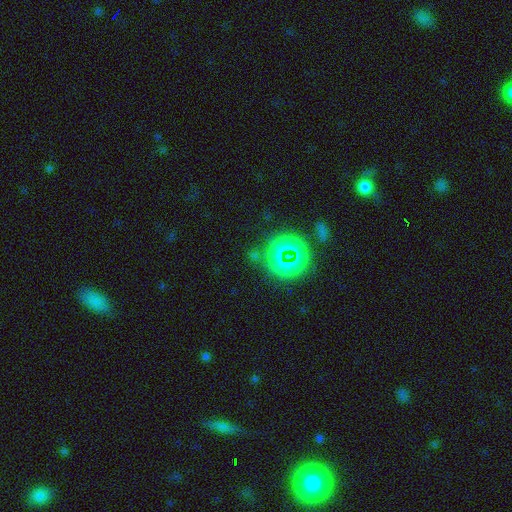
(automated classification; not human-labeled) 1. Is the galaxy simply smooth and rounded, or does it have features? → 62% star or artifact, 29% smooth, 8% featured or disk.